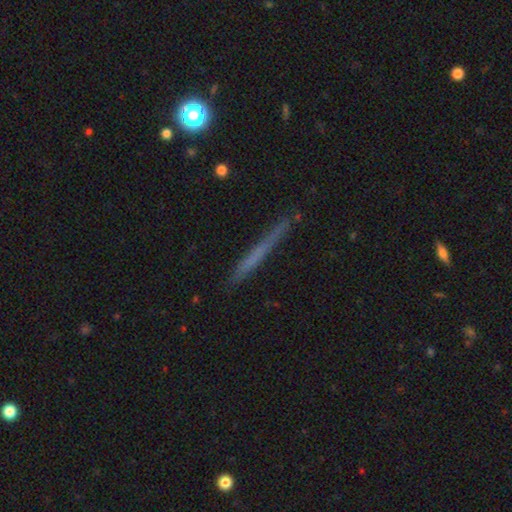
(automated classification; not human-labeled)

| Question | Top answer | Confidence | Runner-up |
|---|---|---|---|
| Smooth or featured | smooth | 49% | featured or disk (42%) |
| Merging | none | 85% | minor disturbance (11%) |